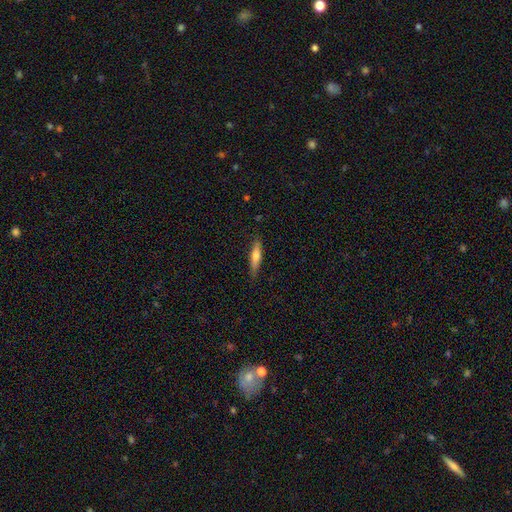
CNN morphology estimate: Smooth or featured? smooth (59%)
How rounded? cigar-shaped (77%)
Merging? none (83%)